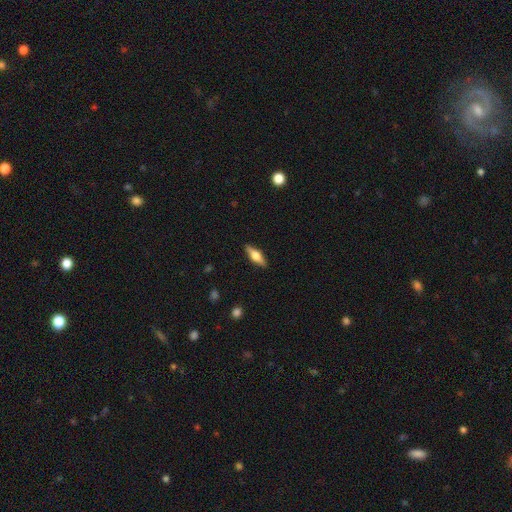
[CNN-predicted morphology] smooth-or-featured: featured or disk: 54% | smooth: 40% | star or artifact: 6%
  disk-edge-on: yes: 94% | no: 6%
    edge-on-bulge: rounded: 91% | boxy: 8% | none: 2%
  merging: none: 89% | minor disturbance: 8% | major disturbance: 2% | merger: 1%